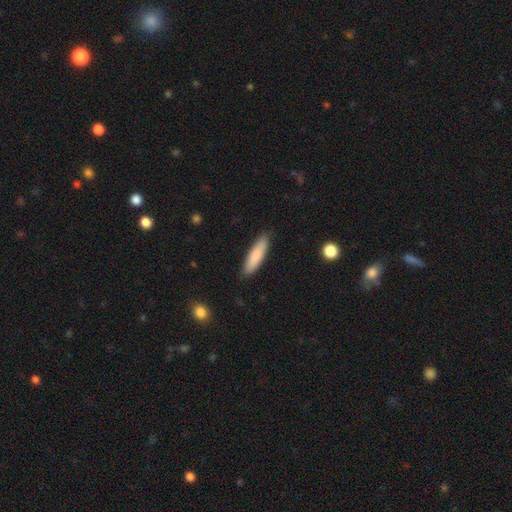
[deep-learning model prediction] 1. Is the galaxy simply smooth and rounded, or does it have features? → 84% smooth, 11% featured or disk, 5% star or artifact.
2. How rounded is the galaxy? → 71% cigar-shaped, 27% in between, 1% round.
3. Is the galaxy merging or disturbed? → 87% none, 10% minor disturbance, 2% major disturbance, 1% merger.